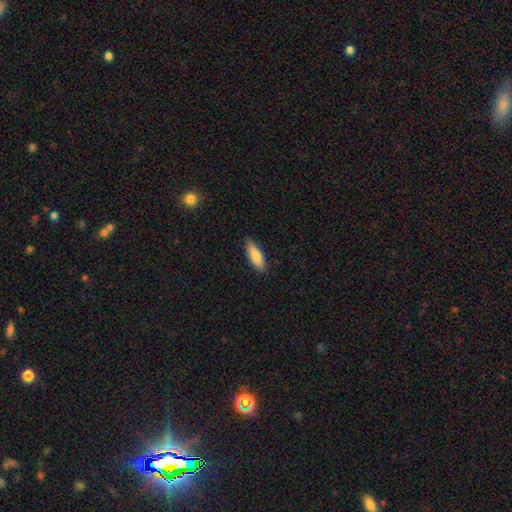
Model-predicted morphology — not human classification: This is clearly a smooth galaxy (85%). How rounded: possibly in between (59%). Merging: clearly none (86%).